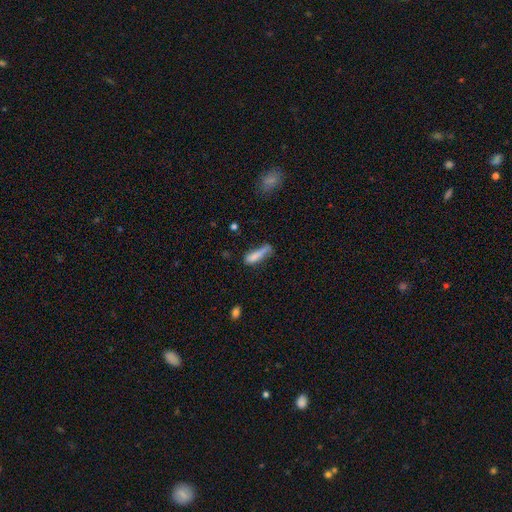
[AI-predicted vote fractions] The model was most divided on "merging": none: 34%, minor disturbance: 29%, major disturbance: 24%, merger: 13%. More confident: smooth or featured — smooth (73%); how rounded — cigar-shaped (66%).